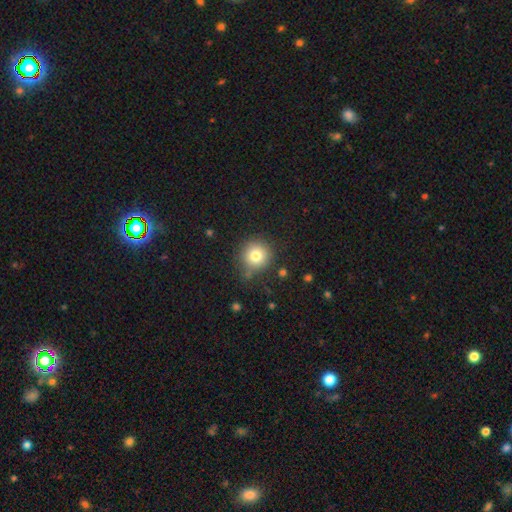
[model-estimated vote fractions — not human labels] Q: Smooth or featured?
A: smooth (78%); runner-up: star or artifact (12%)
Q: How rounded?
A: round (93%); runner-up: in between (6%)
Q: Merging?
A: none (78%); runner-up: minor disturbance (14%)